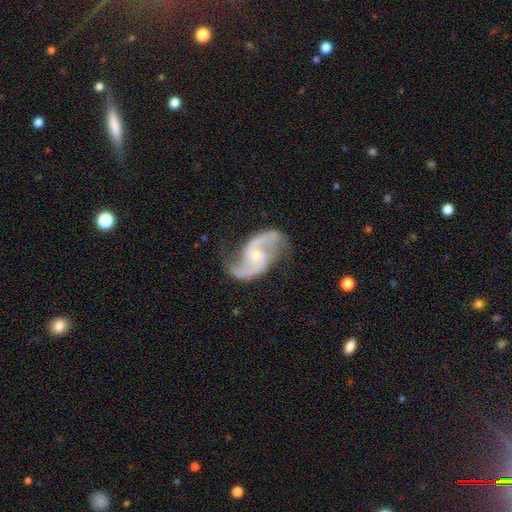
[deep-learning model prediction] Smooth or featured? Predicted: featured or disk (p=0.92). Edge-on disk? Predicted: no (p=0.98). Bar? Predicted: no (p=0.52). Spiral arms? Predicted: yes (p=0.98). Spiral winding? Predicted: loose (p=0.55). Spiral arm count? Predicted: 2 (p=0.94). Bulge size? Predicted: small (p=0.60). Merging? Predicted: none (p=0.75).